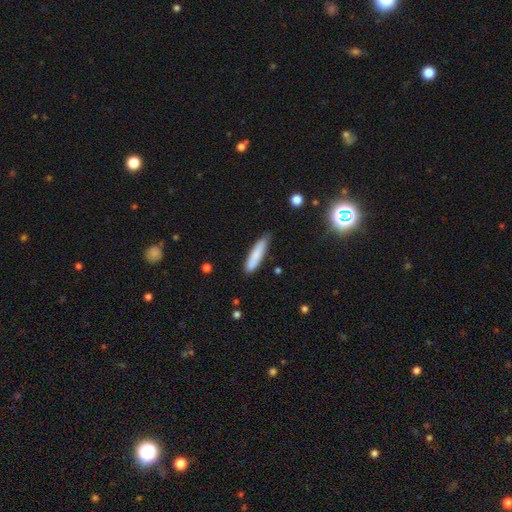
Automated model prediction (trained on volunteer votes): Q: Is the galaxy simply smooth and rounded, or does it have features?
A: smooth — 81%.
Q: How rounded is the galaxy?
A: cigar-shaped — 79%.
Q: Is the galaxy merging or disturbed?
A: none — 77%.